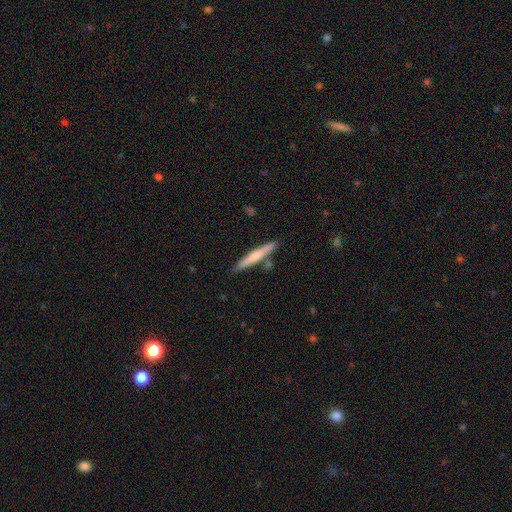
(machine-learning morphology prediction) Smooth or featured? smooth (54%)
How rounded? cigar-shaped (95%)
Merging? none (82%)